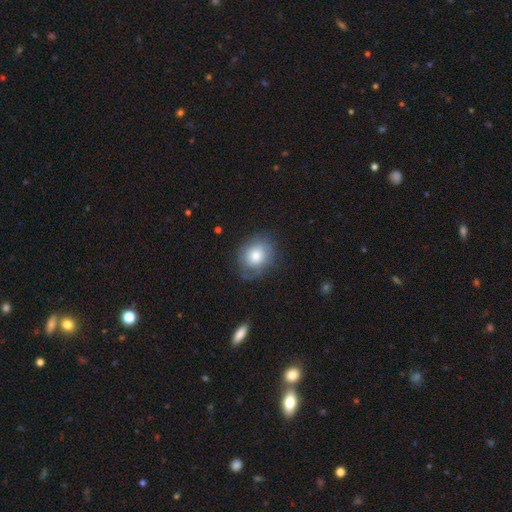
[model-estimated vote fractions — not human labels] smooth 65%, featured or disk 27%, star or artifact 8%. Down the decision tree: how rounded — round (66%); merging — none (67%).